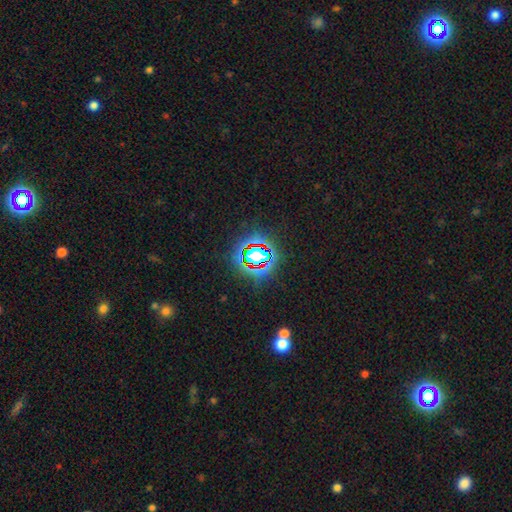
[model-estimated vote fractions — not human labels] The model was most divided on "smooth or featured": star or artifact: 70%, smooth: 18%, featured or disk: 11%.